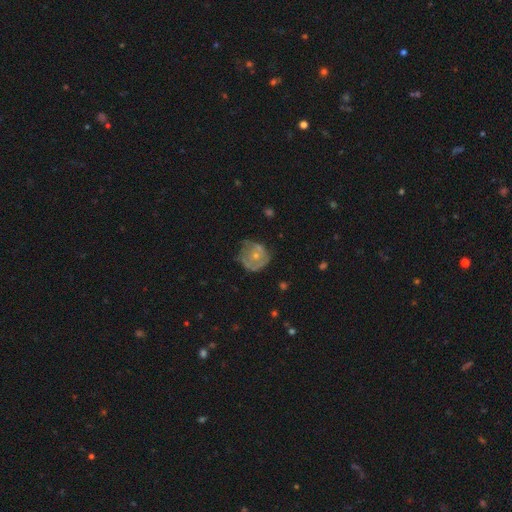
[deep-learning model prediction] Smooth or featured: featured or disk — 52% (smooth — 39%)
Edge-on disk: no — 97% (yes — 3%)
Bar: no — 88% (weak — 10%)
Spiral arms: no — 62% (yes — 38%)
Bulge size: small — 57% (moderate — 36%)
Merging: none — 44% (minor disturbance — 31%)